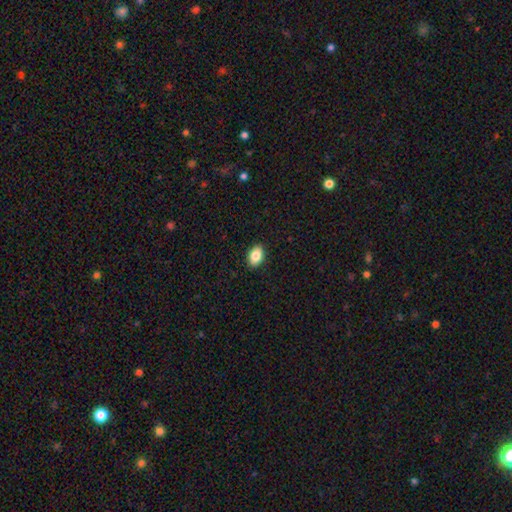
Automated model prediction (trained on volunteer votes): Smooth or featured?
  - smooth: 85% *
  - star or artifact: 8%
  - featured or disk: 7%
How rounded?
  - in between: 87% *
  - round: 12%
  - cigar-shaped: 1%
Merging?
  - none: 90% *
  - minor disturbance: 7%
  - major disturbance: 2%
  - merger: 1%